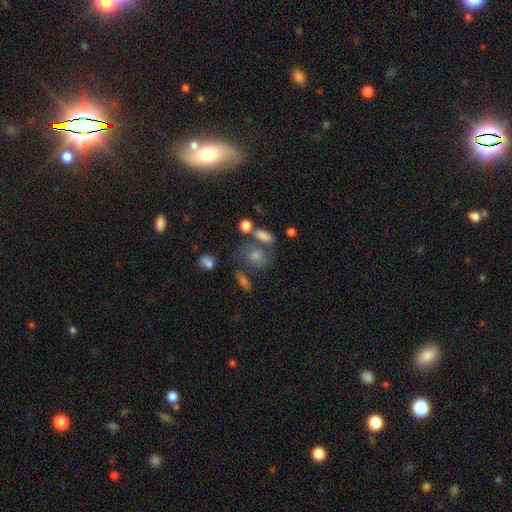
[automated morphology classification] The model was most divided on "how rounded": in between: 49%, round: 47%, cigar-shaped: 4%. More confident: merging — none (55%); smooth or featured — smooth (54%).